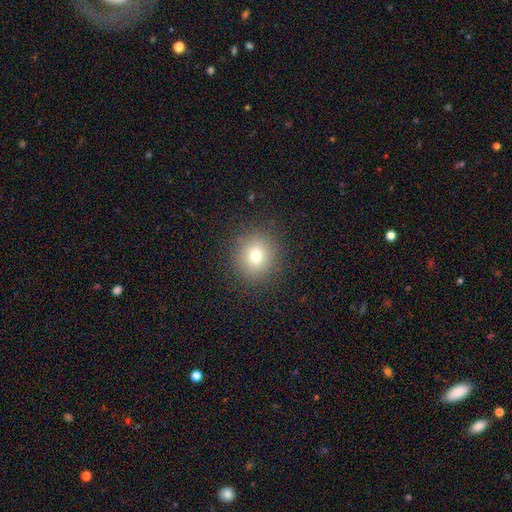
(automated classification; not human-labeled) Smooth or featured: smooth — 76% (star or artifact — 14%)
How rounded: round — 88% (in between — 11%)
Merging: none — 89% (minor disturbance — 7%)